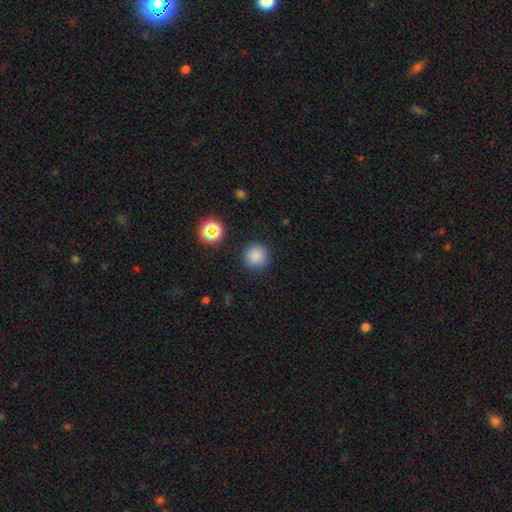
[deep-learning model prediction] Q: Smooth or featured?
A: smooth (84%); runner-up: star or artifact (12%)
Q: How rounded?
A: round (95%); runner-up: in between (4%)
Q: Merging?
A: none (88%); runner-up: minor disturbance (7%)